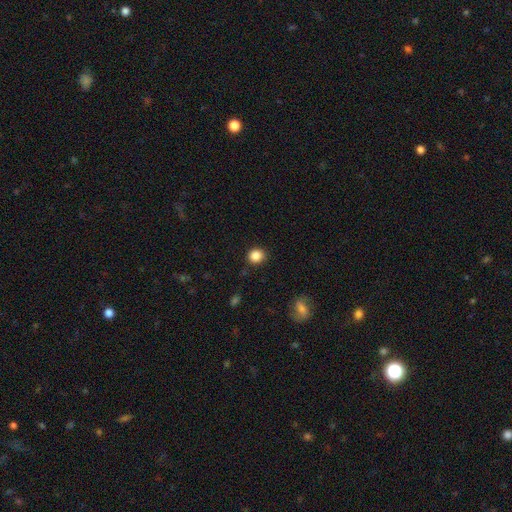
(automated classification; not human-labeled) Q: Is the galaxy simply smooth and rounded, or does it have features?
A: smooth — 86%.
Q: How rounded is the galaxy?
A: round — 86%.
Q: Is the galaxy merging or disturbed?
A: none — 88%.